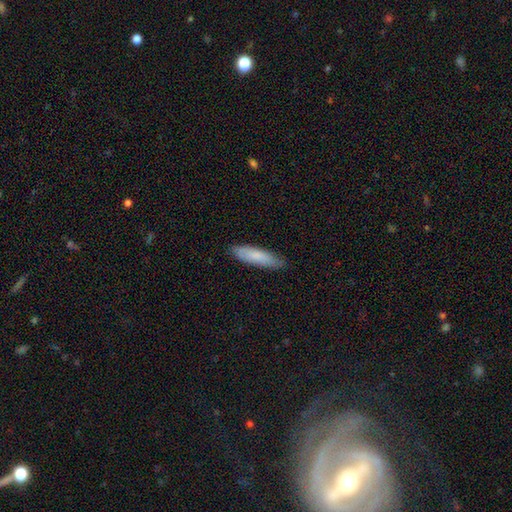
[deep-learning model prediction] Smooth or featured? smooth (82%)
How rounded? cigar-shaped (68%)
Merging? none (83%)